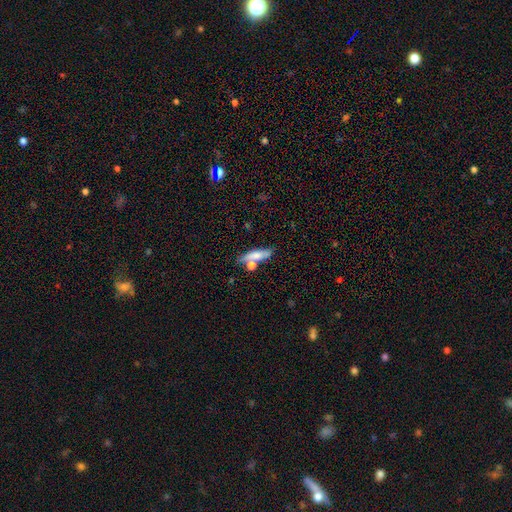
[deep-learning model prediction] Morphology: type=smooth (66%); roundness=cigar-shaped (58%); merging=none (59%).